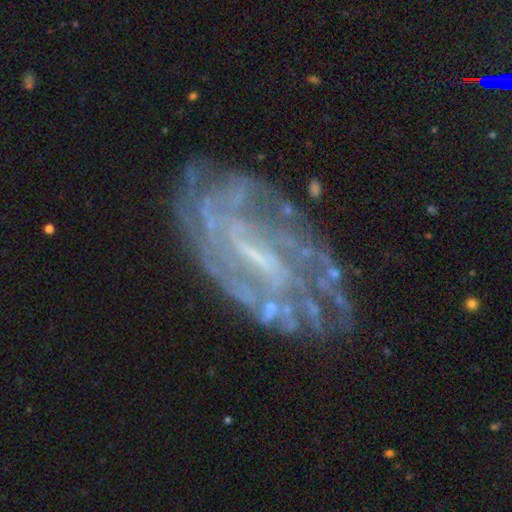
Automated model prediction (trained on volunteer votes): This is clearly a featured or disk galaxy (81%). It is clearly not viewed edge-on (94%). Bar: possibly weak (46%). Spiral arm pattern: clearly yes (85%). Spiral arm count: possibly can't tell (51%). Spiral winding: possibly tight (59%). Central bulge: marginally small (45%). Merging: likely none (69%).